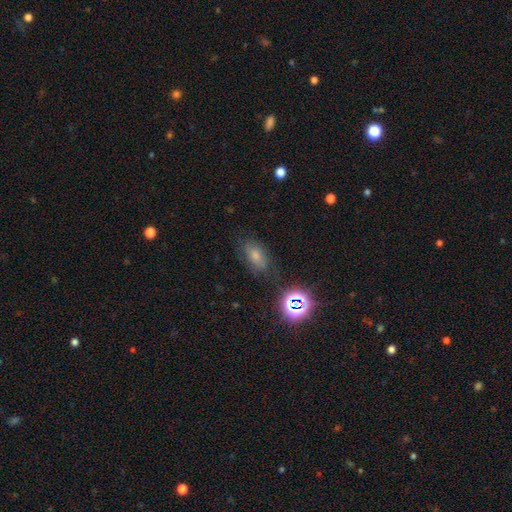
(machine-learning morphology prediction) This appears to be a smooth galaxy with no disk features (57%) that is in between round and cigar-shaped (85%). Merging: none (70%).